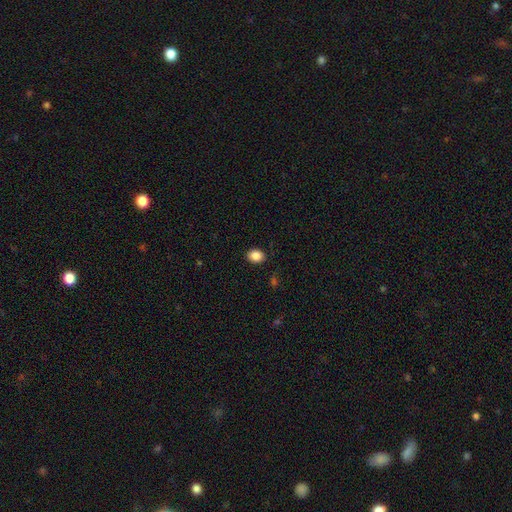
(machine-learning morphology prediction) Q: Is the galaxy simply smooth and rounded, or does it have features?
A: smooth — 87%.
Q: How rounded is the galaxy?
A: in between — 58%.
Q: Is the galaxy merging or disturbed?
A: none — 90%.